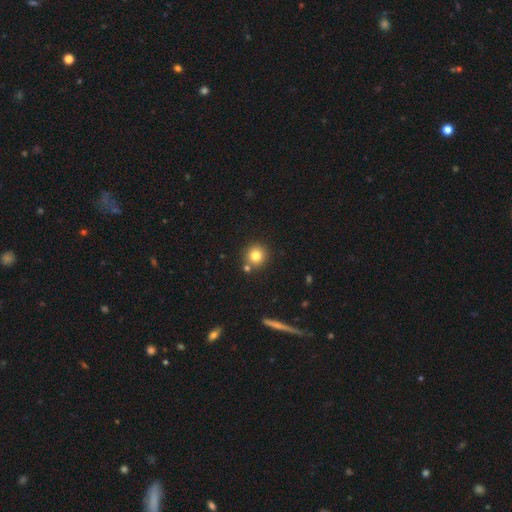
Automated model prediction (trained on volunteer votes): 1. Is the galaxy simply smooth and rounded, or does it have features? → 81% smooth, 11% star or artifact, 8% featured or disk.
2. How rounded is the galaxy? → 93% round, 6% in between, 1% cigar-shaped.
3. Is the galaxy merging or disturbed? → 79% none, 11% merger, 8% minor disturbance, 2% major disturbance.